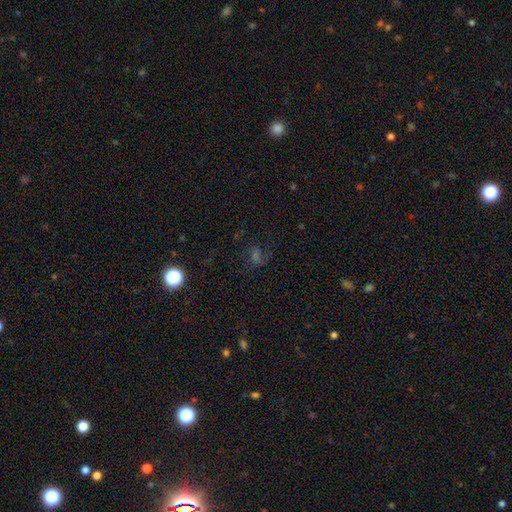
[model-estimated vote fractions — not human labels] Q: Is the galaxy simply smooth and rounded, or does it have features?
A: star or artifact — 40%.